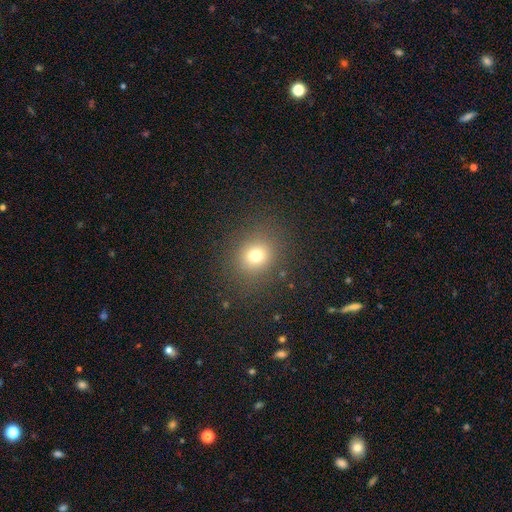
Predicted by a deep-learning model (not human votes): smooth_or_featured: smooth (p=0.73) [alt: star or artifact p=0.18]
how_rounded: round (p=0.79) [alt: in between p=0.20]
merging: none (p=0.86) [alt: minor disturbance p=0.08]